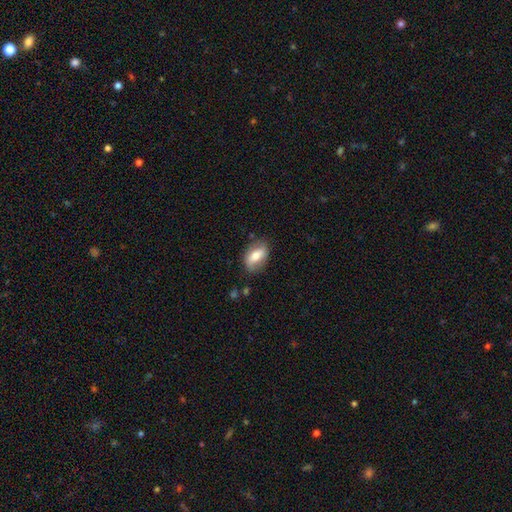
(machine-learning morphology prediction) smooth 61%, featured or disk 32%, star or artifact 7%. Down the decision tree: how rounded — in between (87%); merging — none (75%).